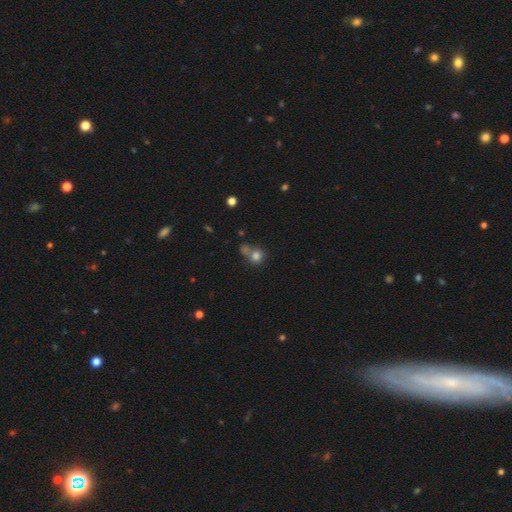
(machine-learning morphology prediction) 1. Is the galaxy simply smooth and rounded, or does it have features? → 78% smooth, 14% star or artifact, 9% featured or disk.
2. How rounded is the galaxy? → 84% round, 15% in between, 1% cigar-shaped.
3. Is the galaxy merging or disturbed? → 47% none, 37% merger, 11% minor disturbance, 6% major disturbance.